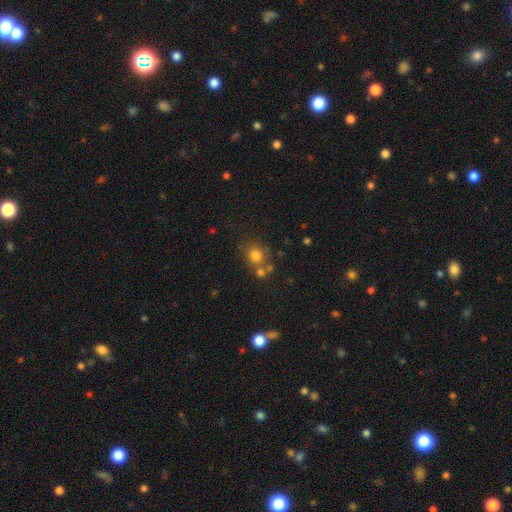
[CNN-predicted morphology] Q: Smooth or featured?
A: smooth (76%); runner-up: star or artifact (15%)
Q: How rounded?
A: round (82%); runner-up: in between (17%)
Q: Merging?
A: none (60%); runner-up: merger (23%)